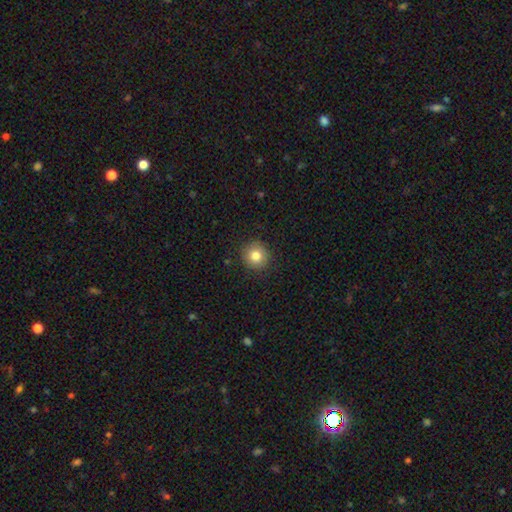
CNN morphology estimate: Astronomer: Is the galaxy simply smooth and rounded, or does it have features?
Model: smooth — 82%.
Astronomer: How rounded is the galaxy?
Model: round — 93%.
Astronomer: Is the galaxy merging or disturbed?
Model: none — 90%.